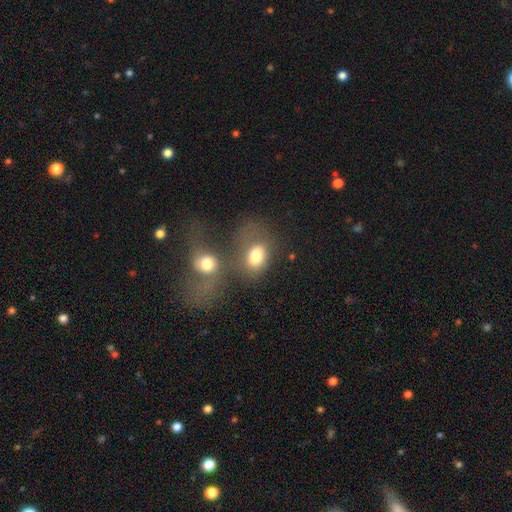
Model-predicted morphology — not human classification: The model was most divided on "how rounded": in between: 62%, round: 37%, cigar-shaped: 1%. More confident: smooth or featured — smooth (74%); merging — merger (52%).